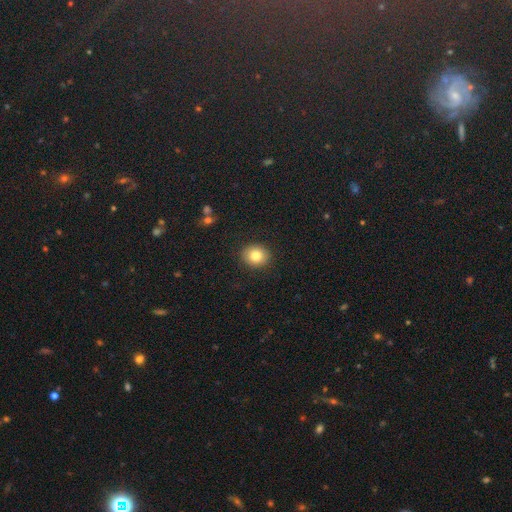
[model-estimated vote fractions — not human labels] A smooth galaxy with no disk features (82%) that is round (76%). Merging: none (90%).